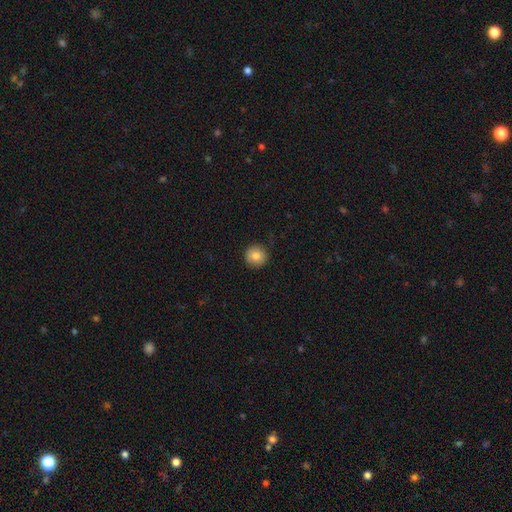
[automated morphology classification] type=smooth (82%); roundness=round (94%); merging=none (89%).